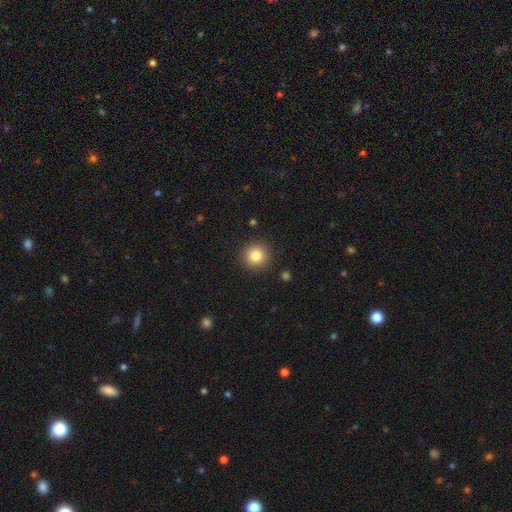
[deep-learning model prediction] Morphology: type=smooth (84%); roundness=round (94%); merging=none (90%).